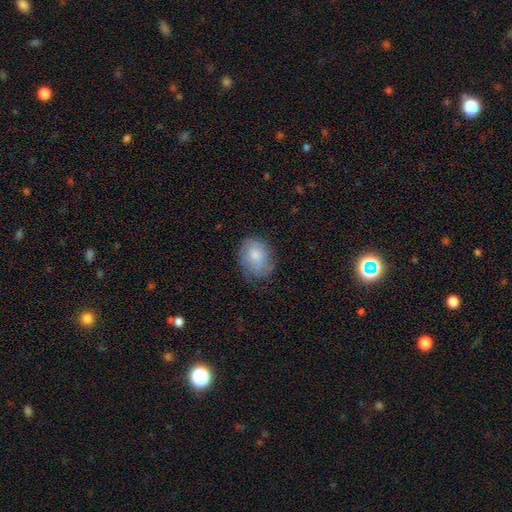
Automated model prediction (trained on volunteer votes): Q: Smooth or featured?
A: smooth (74%); runner-up: featured or disk (19%)
Q: How rounded?
A: in between (57%); runner-up: round (42%)
Q: Merging?
A: none (66%); runner-up: minor disturbance (25%)